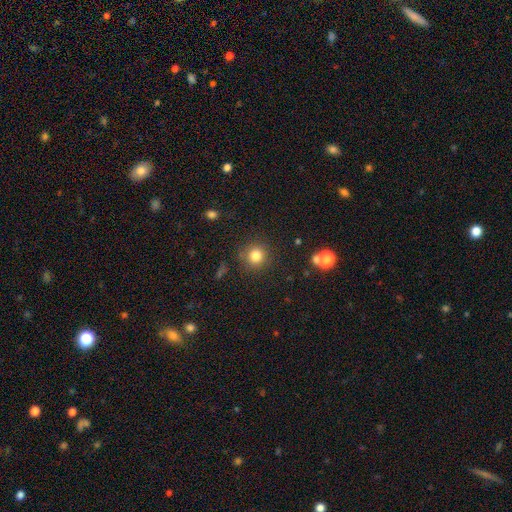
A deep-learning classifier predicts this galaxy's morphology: Smooth or featured? smooth (82%)
How rounded? round (91%)
Merging? none (85%)